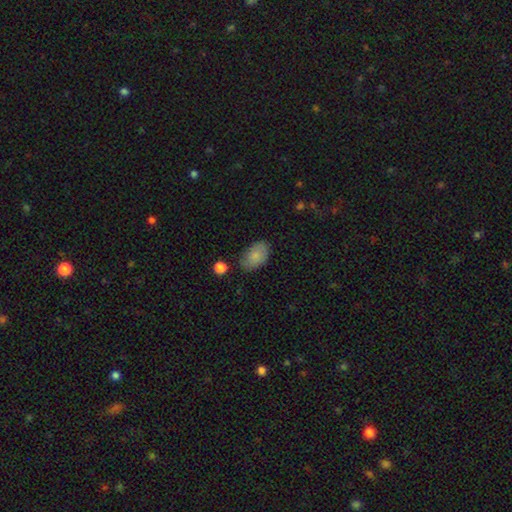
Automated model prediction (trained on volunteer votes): Smooth or featured? Predicted: smooth (p=0.79). How rounded? Predicted: in between (p=0.91). Merging? Predicted: none (p=0.72).